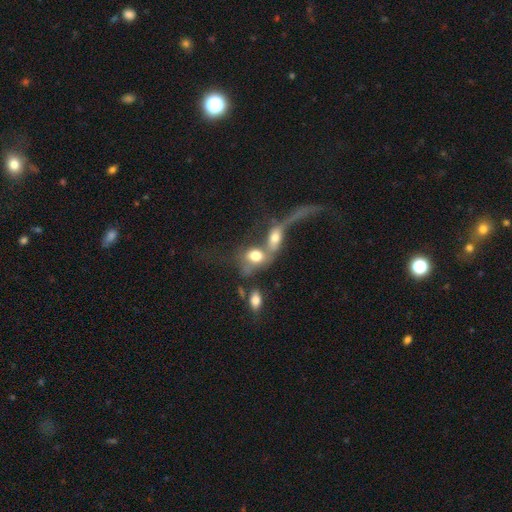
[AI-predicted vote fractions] Overall: smooth (62%; featured or disk 27%). How rounded: in between (73%). Merging: merger (68%).